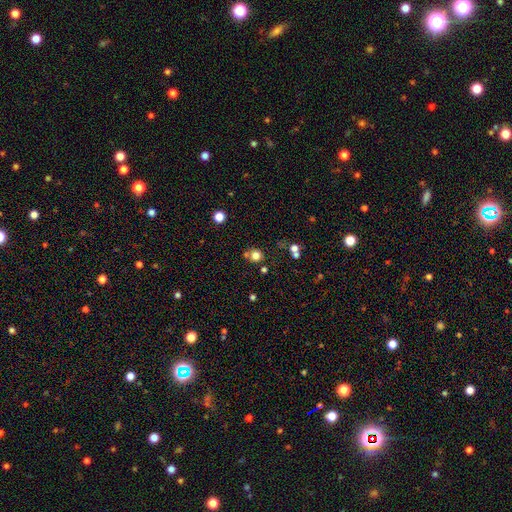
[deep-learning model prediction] Smooth or featured?
  - smooth: 76% *
  - star or artifact: 16%
  - featured or disk: 8%
How rounded?
  - round: 89% *
  - in between: 10%
  - cigar-shaped: 1%
Merging?
  - none: 67% *
  - merger: 18%
  - minor disturbance: 11%
  - major disturbance: 4%